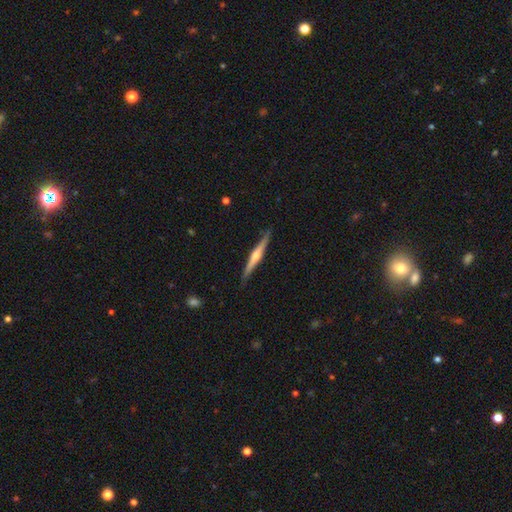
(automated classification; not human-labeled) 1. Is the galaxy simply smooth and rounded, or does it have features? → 75% featured or disk, 20% smooth, 5% star or artifact.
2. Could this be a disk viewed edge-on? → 98% yes, 2% no.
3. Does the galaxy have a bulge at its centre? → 88% rounded, 7% none, 5% boxy.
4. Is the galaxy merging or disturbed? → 89% none, 8% minor disturbance, 1% major disturbance, 1% merger.